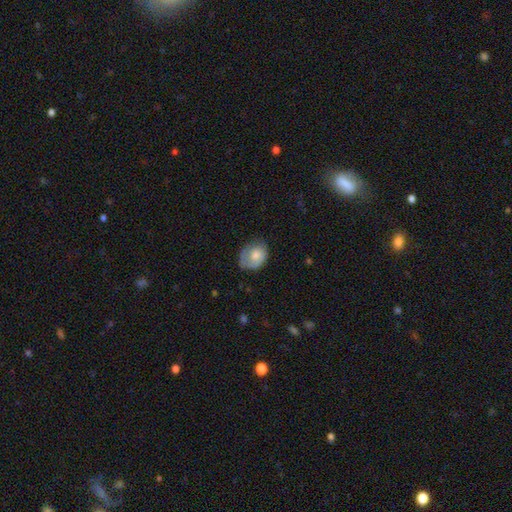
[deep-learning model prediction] smooth-or-featured: smooth: 65% | featured or disk: 28% | star or artifact: 7%
  how-rounded: in between: 58% | round: 41% | cigar-shaped: 1%
  merging: none: 49% | minor disturbance: 33% | major disturbance: 17% | merger: 2%